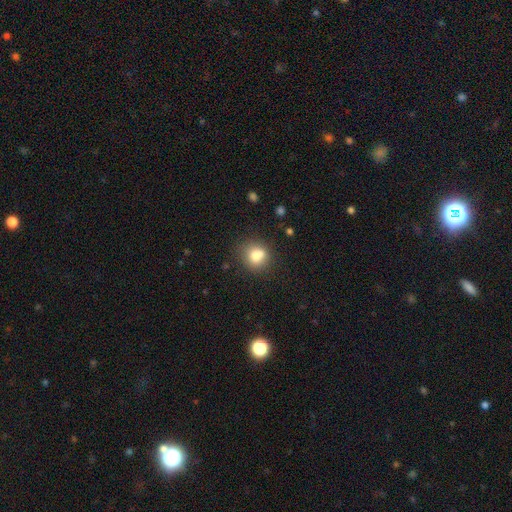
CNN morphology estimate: Overall: smooth (76%). How rounded: round (80%). Merging: none (60%).